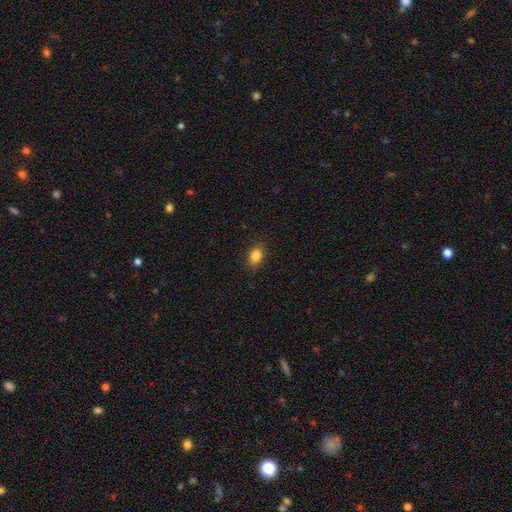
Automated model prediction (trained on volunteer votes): This is clearly a smooth galaxy (85%). How rounded: likely in between (78%). Merging: clearly none (88%).